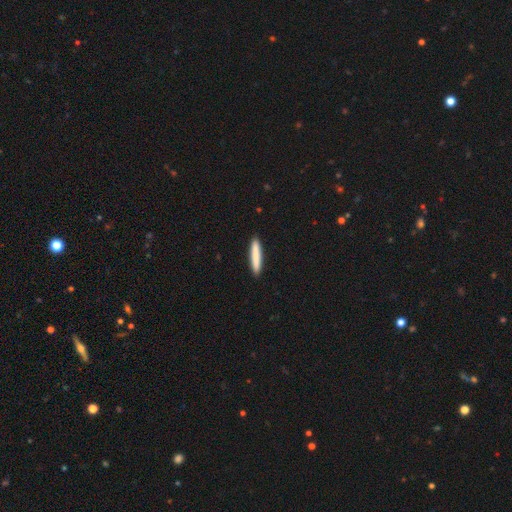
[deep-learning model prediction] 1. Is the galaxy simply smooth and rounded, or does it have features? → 83% smooth, 11% featured or disk, 5% star or artifact.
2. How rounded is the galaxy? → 94% cigar-shaped, 5% in between, 1% round.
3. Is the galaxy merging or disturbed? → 92% none, 6% minor disturbance, 1% major disturbance, 1% merger.